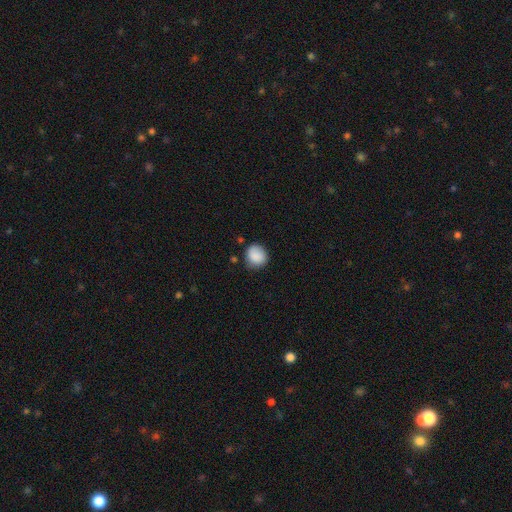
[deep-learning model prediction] Overall: smooth (88%). How rounded: round (80%). Merging: none (76%).